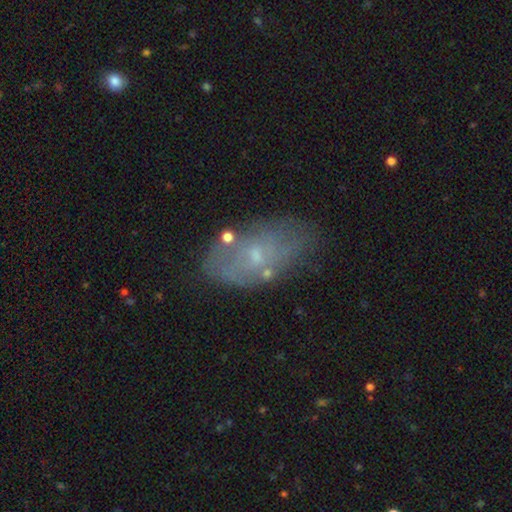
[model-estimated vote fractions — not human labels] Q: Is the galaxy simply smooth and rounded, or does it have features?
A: featured or disk — 48%.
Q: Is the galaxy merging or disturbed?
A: none — 68%.